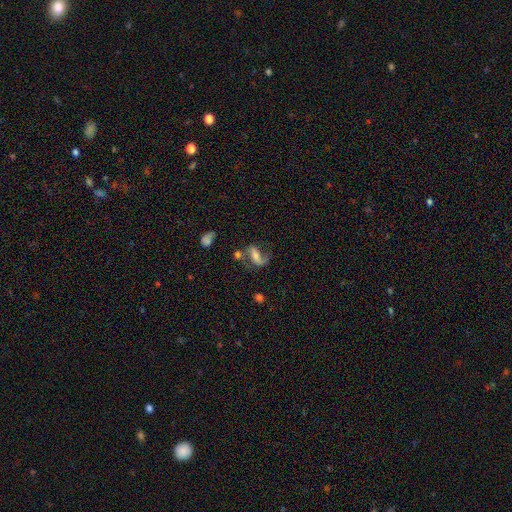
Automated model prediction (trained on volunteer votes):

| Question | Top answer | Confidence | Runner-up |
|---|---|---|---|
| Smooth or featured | featured or disk | 65% | smooth (25%) |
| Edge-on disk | no | 93% | yes (7%) |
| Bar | weak | 35% | strong (34%) |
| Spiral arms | yes | 86% | no (14%) |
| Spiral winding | loose | 59% | medium (31%) |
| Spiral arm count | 2 | 68% | 1 (25%) |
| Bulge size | moderate | 38% | small (34%) |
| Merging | none | 43% | major disturbance (24%) |